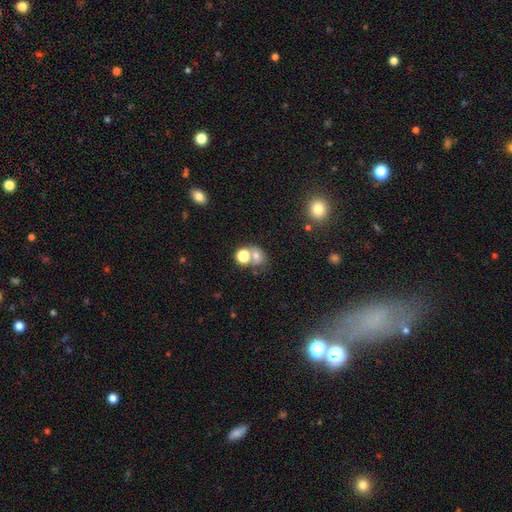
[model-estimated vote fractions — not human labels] A smooth galaxy with no disk features (68%) that is round (58%). Merging: merger (43%).